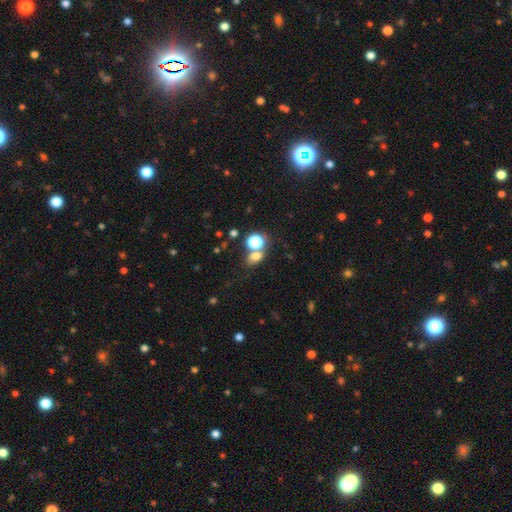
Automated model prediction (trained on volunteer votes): Overall: smooth (68%). How rounded: in between (53%; round 45%). Merging: none (55%; merger 29%).